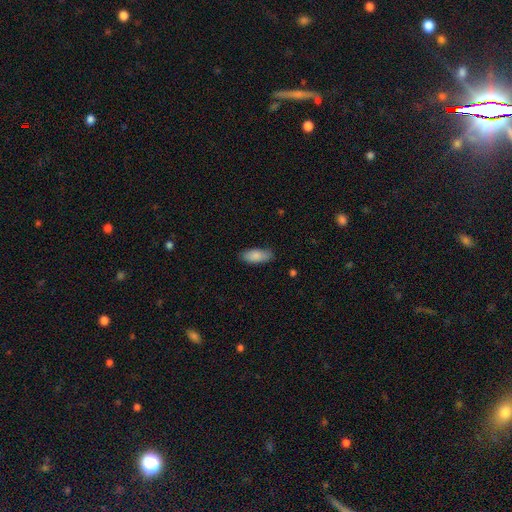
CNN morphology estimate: smooth_or_featured: smooth (p=0.87) [alt: featured or disk p=0.07]
how_rounded: in between (p=0.82) [alt: cigar-shaped p=0.16]
merging: none (p=0.82) [alt: minor disturbance p=0.14]